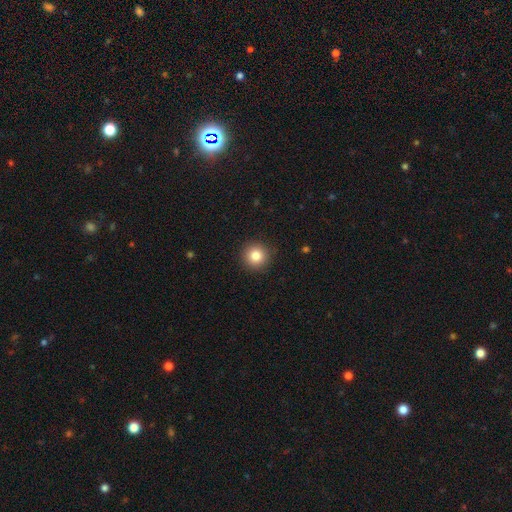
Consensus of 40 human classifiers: smooth-or-featured: smooth: 80% | star or artifact: 12% | featured or disk: 8%
  how-rounded: round: 94% | in between: 6% | cigar-shaped: 0%
  merging: none: 91% | minor disturbance: 6% | major disturbance: 3% | merger: 0%